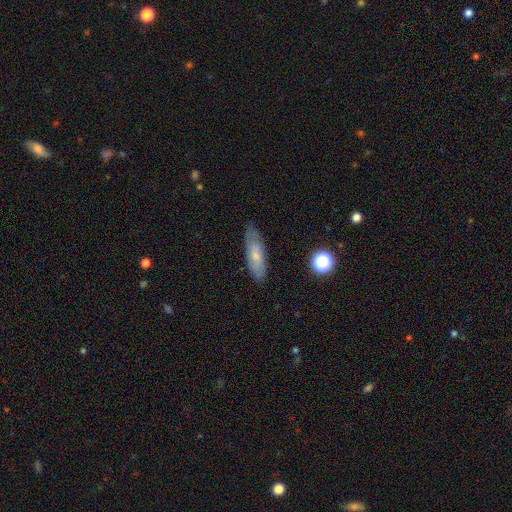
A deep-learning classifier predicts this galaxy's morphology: A smooth galaxy with no disk features (61%) that is in between round and cigar-shaped (49%). Merging: none (77%).